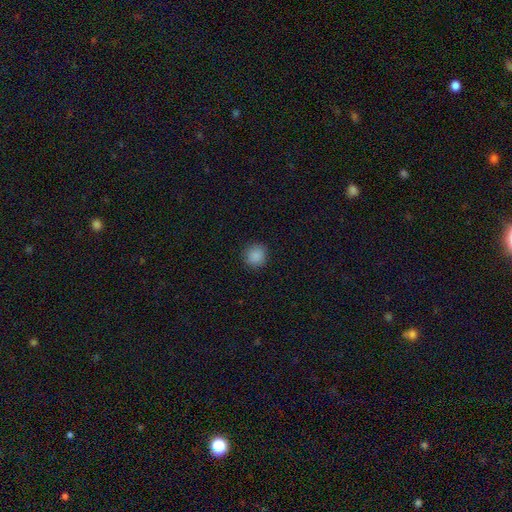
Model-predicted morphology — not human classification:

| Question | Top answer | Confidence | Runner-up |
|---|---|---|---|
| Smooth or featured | smooth | 87% | star or artifact (10%) |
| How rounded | round | 91% | in between (8%) |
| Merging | none | 90% | minor disturbance (7%) |